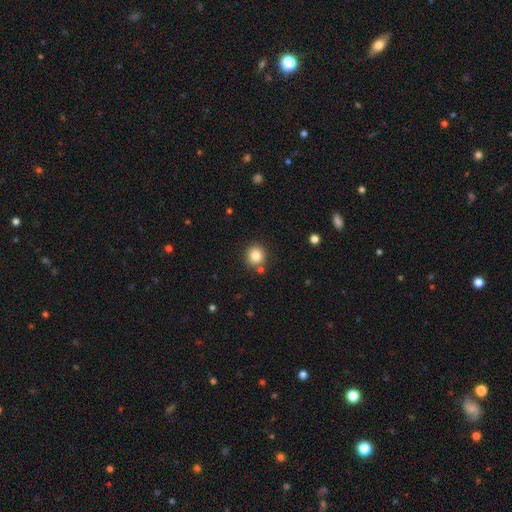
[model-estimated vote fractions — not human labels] smooth_or_featured: smooth (p=0.83) [alt: star or artifact p=0.11]
how_rounded: round (p=0.91) [alt: in between p=0.08]
merging: none (p=0.83) [alt: minor disturbance p=0.08]